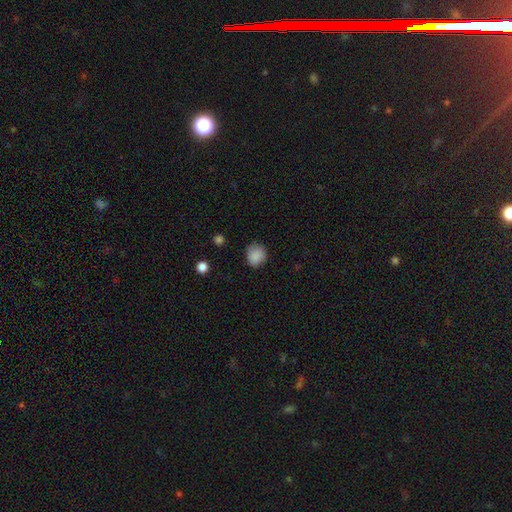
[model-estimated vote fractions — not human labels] Smooth or featured?
  - smooth: 87% *
  - star or artifact: 9%
  - featured or disk: 4%
How rounded?
  - round: 76% *
  - in between: 23%
  - cigar-shaped: 1%
Merging?
  - none: 75% *
  - minor disturbance: 20%
  - major disturbance: 4%
  - merger: 1%